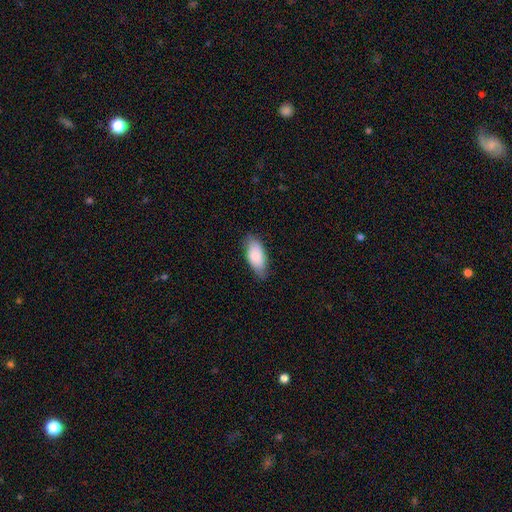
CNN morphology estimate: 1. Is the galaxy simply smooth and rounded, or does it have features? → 85% smooth, 9% featured or disk, 6% star or artifact.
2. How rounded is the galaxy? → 89% in between, 9% cigar-shaped, 2% round.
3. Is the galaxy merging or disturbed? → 76% none, 20% minor disturbance, 3% major disturbance, 1% merger.